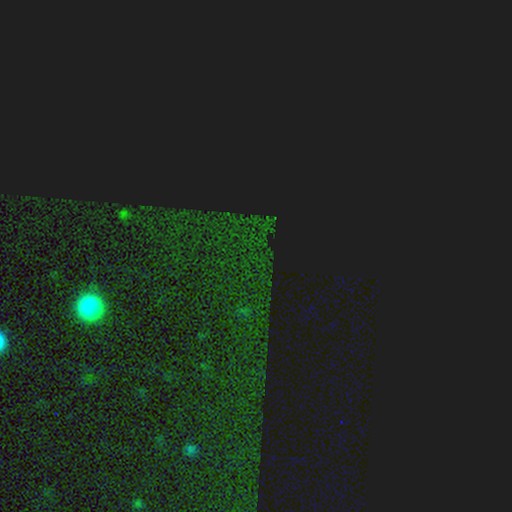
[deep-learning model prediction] Q: Smooth or featured?
A: star or artifact (84%); runner-up: smooth (10%)